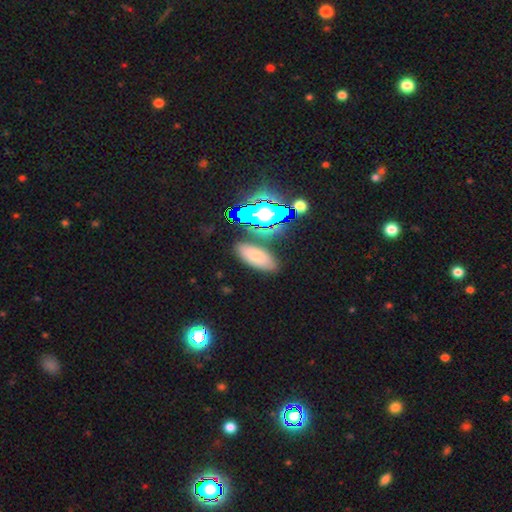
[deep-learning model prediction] This appears to be a smooth galaxy with no disk features (63%) that is in between round and cigar-shaped (84%). Merging: none (82%).